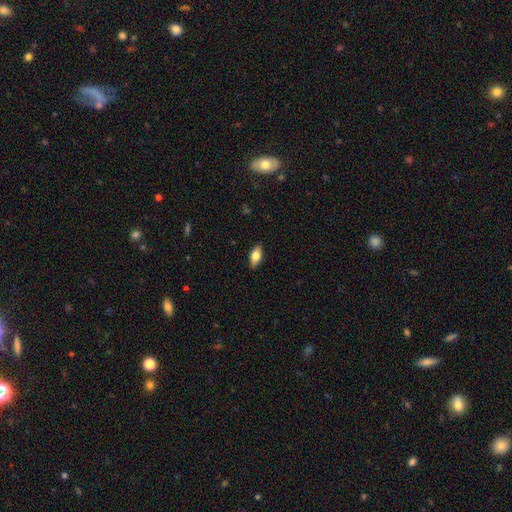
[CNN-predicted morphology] Overall: smooth (72%). How rounded: in between (86%). Merging: none (88%).